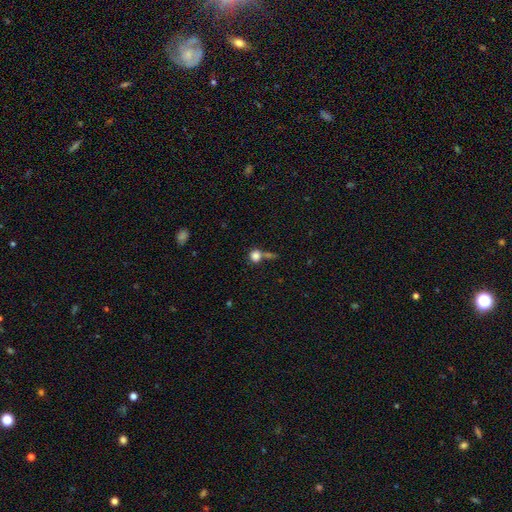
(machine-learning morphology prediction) Overall: smooth (82%). How rounded: round (87%). Merging: none (50%; merger 33%).